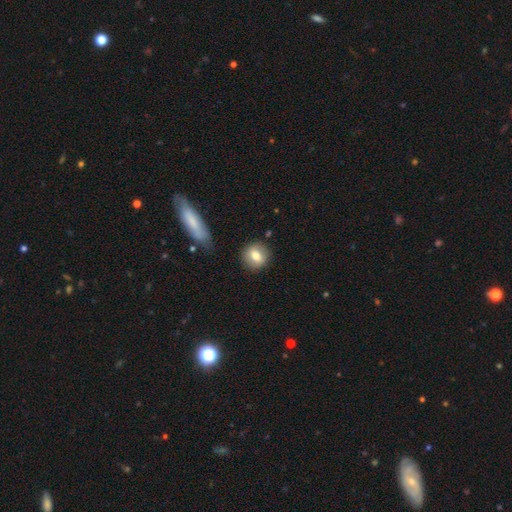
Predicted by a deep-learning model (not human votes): smooth 74%, featured or disk 18%, star or artifact 8%. Down the decision tree: how rounded — round (82%); merging — none (85%).